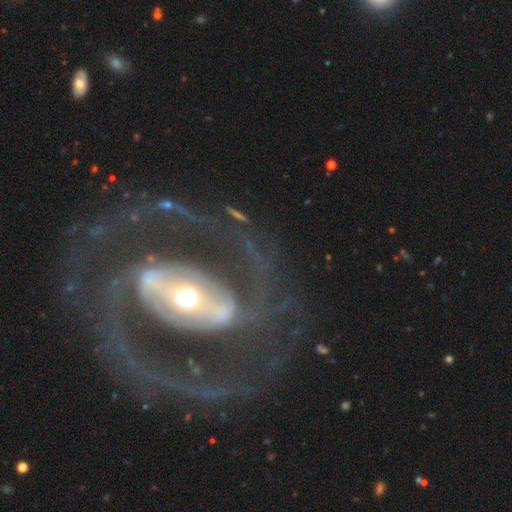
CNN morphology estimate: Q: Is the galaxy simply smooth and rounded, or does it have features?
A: featured or disk — 90%.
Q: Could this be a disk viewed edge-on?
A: no — 96%.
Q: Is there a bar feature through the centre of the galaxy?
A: strong — 60%.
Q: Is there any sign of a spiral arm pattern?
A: yes — 95%.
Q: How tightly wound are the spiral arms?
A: medium — 52%.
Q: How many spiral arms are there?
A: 2 — 86%.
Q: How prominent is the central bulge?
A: moderate — 55%.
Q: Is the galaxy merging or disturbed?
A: none — 74%.